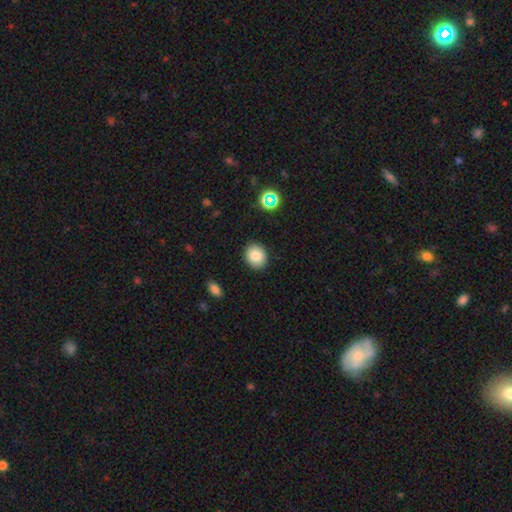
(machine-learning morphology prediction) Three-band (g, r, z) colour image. It shows a smooth galaxy with no disk features (83%) that is round (66%). Merging: none (89%).